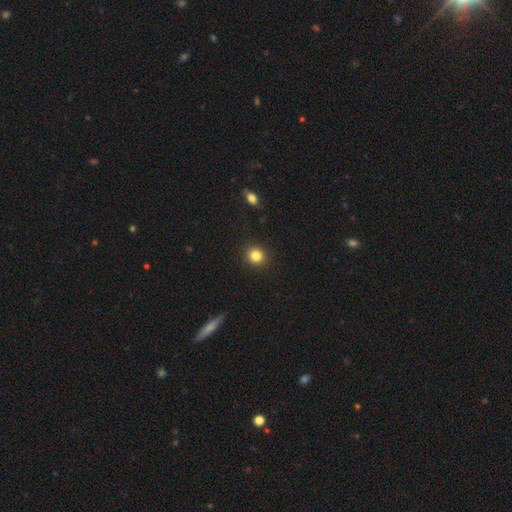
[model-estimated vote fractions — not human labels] A smooth galaxy with no disk features (84%) that is round (88%). Merging: none (92%).